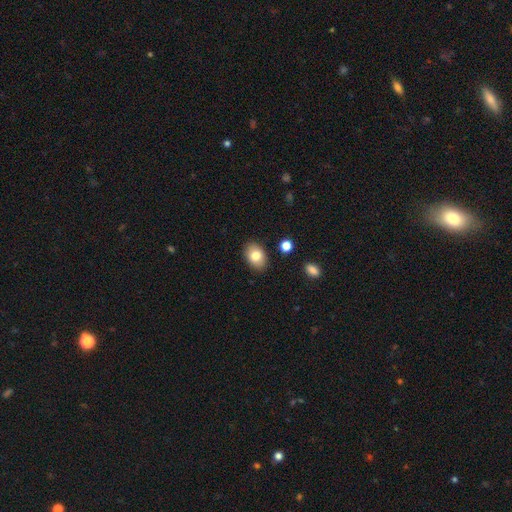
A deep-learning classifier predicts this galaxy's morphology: Smooth or featured? smooth (81%)
How rounded? in between (80%)
Merging? none (86%)